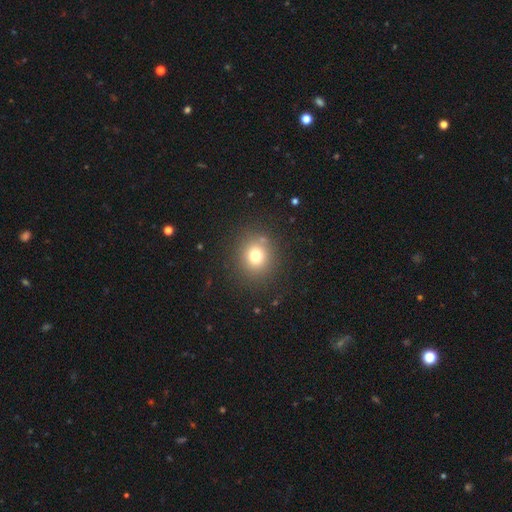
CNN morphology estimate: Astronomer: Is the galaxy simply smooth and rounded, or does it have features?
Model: smooth — 75%.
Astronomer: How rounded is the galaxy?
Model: round — 83%.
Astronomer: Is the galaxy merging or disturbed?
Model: none — 85%.